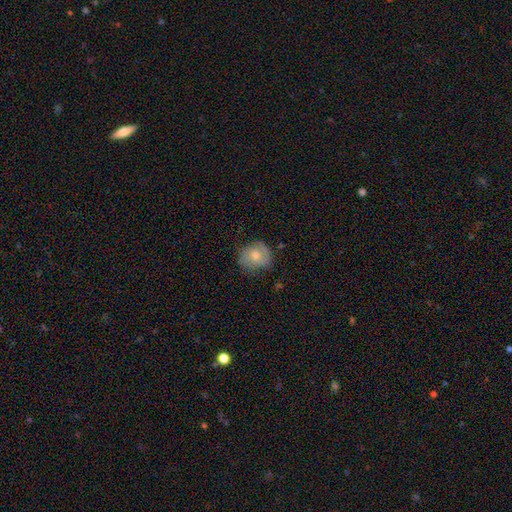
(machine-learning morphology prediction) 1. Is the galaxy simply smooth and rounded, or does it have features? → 60% smooth, 33% featured or disk, 7% star or artifact.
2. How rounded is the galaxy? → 75% round, 24% in between, 1% cigar-shaped.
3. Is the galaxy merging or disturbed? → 70% none, 22% minor disturbance, 6% major disturbance, 1% merger.